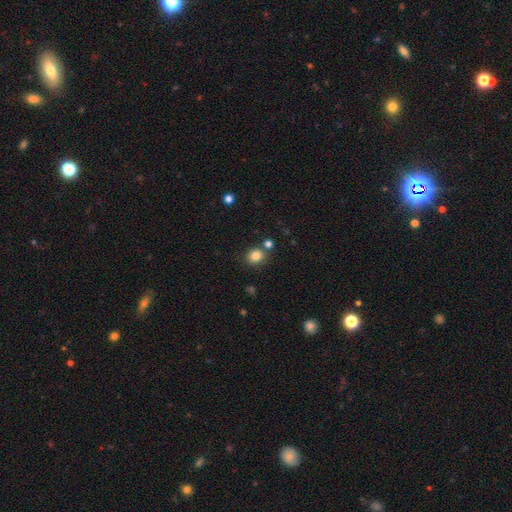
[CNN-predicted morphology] The model was most divided on "how rounded": round: 72%, in between: 27%, cigar-shaped: 1%. More confident: smooth or featured — smooth (83%); merging — none (77%).